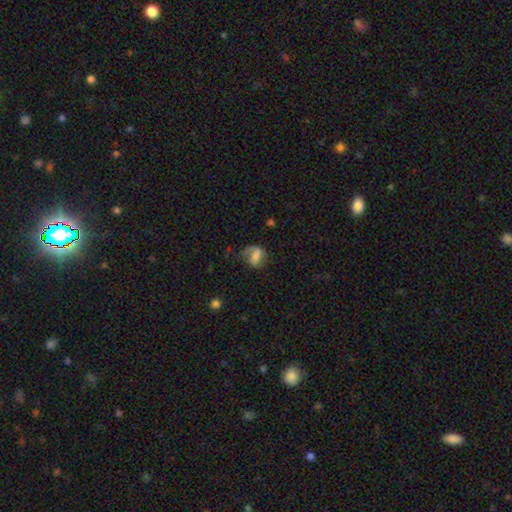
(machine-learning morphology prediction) A smooth galaxy with no disk features (51%) that is in between round and cigar-shaped (71%). Merging: none (39%).